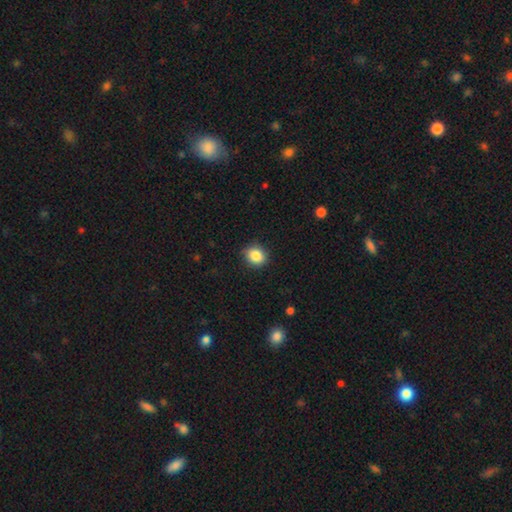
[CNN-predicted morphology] Smooth or featured?
  - smooth: 86% *
  - star or artifact: 9%
  - featured or disk: 5%
How rounded?
  - round: 69% *
  - in between: 30%
  - cigar-shaped: 1%
Merging?
  - none: 85% *
  - minor disturbance: 12%
  - major disturbance: 2%
  - merger: 1%